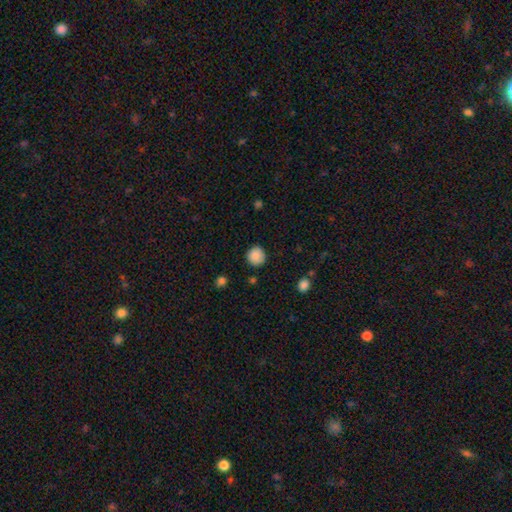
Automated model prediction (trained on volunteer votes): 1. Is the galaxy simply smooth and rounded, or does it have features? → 88% smooth, 9% star or artifact, 3% featured or disk.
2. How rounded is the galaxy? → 91% round, 8% in between, 1% cigar-shaped.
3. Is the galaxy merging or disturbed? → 87% none, 9% minor disturbance, 3% major disturbance, 2% merger.